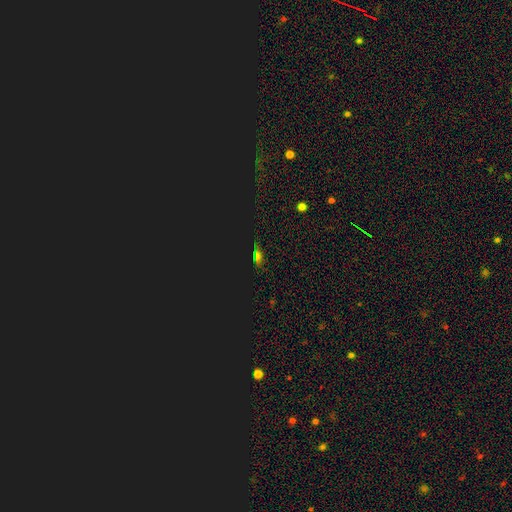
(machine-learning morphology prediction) Q: Smooth or featured?
A: star or artifact (51%); runner-up: smooth (35%)